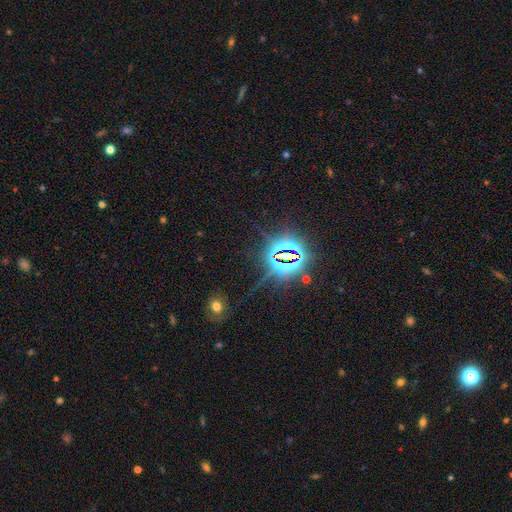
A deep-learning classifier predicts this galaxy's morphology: Smooth or featured: star or artifact — 84% (smooth — 10%)